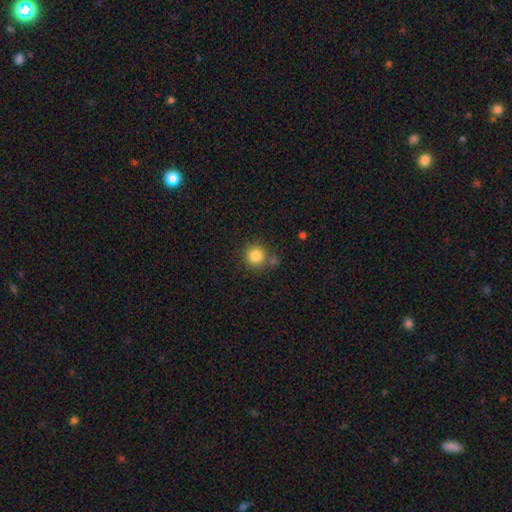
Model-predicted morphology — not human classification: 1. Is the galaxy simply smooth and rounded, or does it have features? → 84% smooth, 10% star or artifact, 5% featured or disk.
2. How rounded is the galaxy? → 93% round, 6% in between, 1% cigar-shaped.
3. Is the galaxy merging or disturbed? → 74% none, 12% minor disturbance, 11% merger, 4% major disturbance.